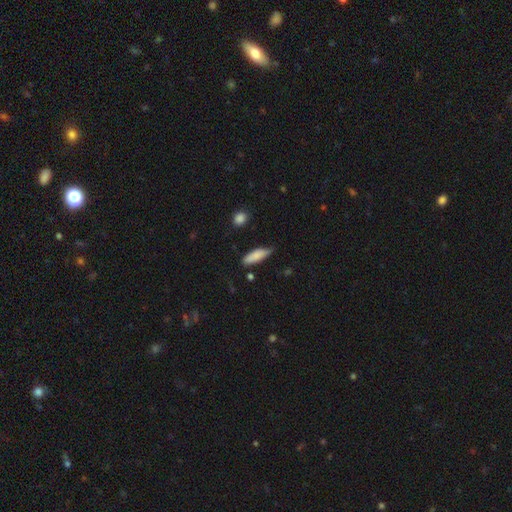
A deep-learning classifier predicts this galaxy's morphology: Smooth or featured? Predicted: smooth (p=0.83). How rounded? Predicted: in between (p=0.52). Merging? Predicted: none (p=0.65).